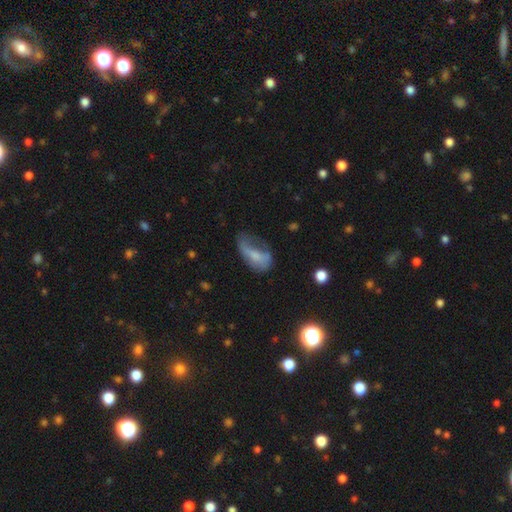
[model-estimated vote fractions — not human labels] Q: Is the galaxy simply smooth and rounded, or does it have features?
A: smooth — 57%.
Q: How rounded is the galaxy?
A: in between — 84%.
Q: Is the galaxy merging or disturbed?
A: major disturbance — 43%.